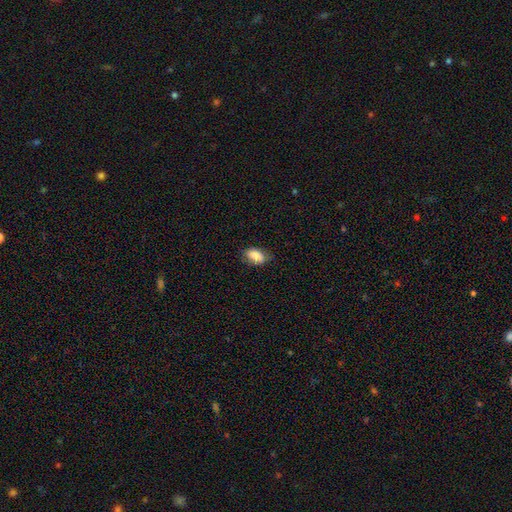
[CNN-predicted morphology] Overall: smooth (83%). How rounded: in between (90%). Merging: none (77%).